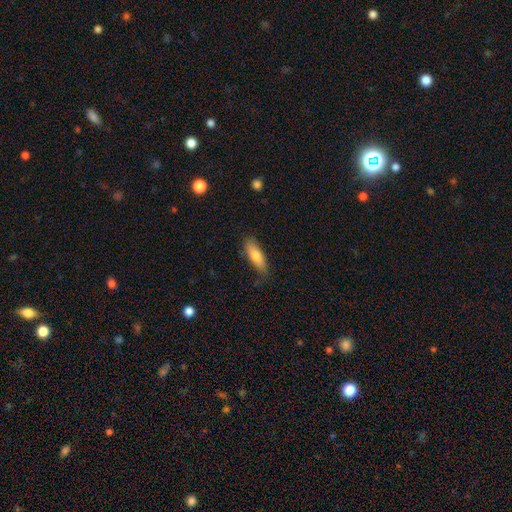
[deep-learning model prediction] Overall: smooth (75%). How rounded: in between (56%; cigar-shaped 42%). Merging: none (74%).